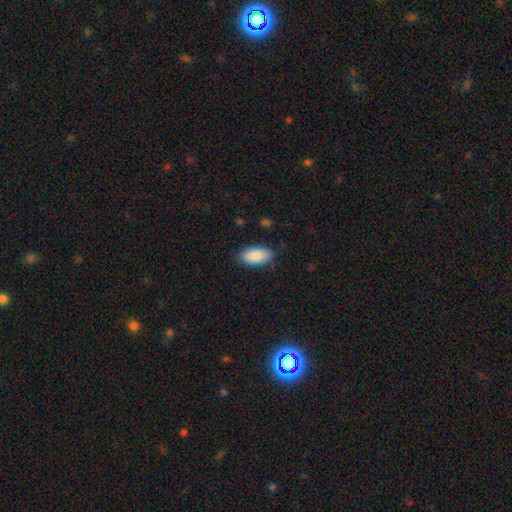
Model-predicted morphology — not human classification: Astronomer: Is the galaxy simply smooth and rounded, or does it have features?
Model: smooth — 89%.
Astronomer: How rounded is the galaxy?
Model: in between — 92%.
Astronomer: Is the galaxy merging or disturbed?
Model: none — 86%.